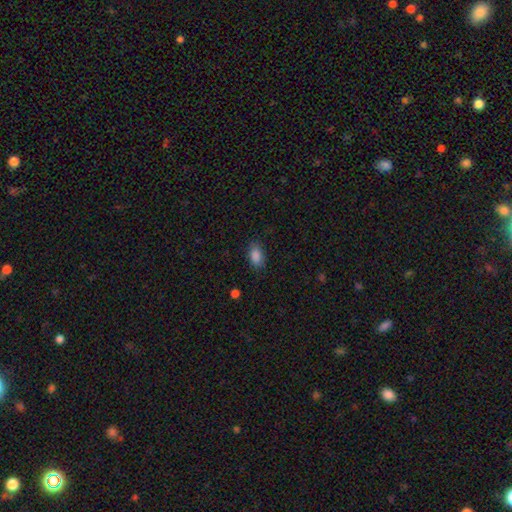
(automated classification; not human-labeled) Q: Smooth or featured?
A: smooth (87%); runner-up: star or artifact (9%)
Q: How rounded?
A: in between (90%); runner-up: round (8%)
Q: Merging?
A: none (82%); runner-up: minor disturbance (14%)